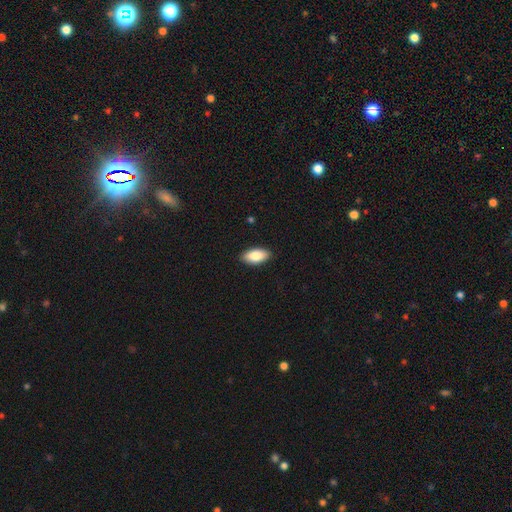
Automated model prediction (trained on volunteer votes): The model was most divided on "smooth or featured": smooth: 86%, featured or disk: 8%, star or artifact: 6%. More confident: how rounded — in between (92%); merging — none (90%).